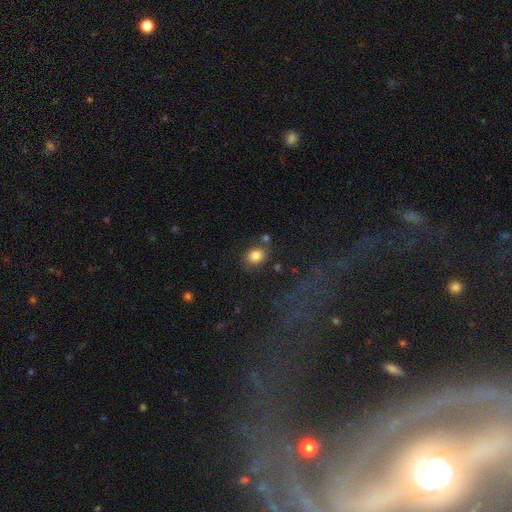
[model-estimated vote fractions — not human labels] Smooth or featured?
  - smooth: 83% *
  - star or artifact: 10%
  - featured or disk: 7%
How rounded?
  - round: 53% *
  - in between: 46%
  - cigar-shaped: 1%
Merging?
  - none: 75% *
  - minor disturbance: 13%
  - merger: 8%
  - major disturbance: 4%